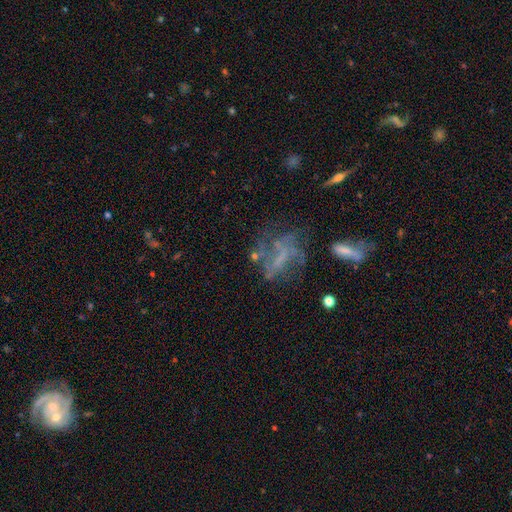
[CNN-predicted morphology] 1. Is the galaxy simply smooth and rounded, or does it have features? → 56% featured or disk, 24% smooth, 20% star or artifact.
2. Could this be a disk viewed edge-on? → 96% no, 4% yes.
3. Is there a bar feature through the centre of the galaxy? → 62% no, 26% weak, 12% strong.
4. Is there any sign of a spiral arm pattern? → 65% no, 35% yes.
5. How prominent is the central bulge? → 70% none, 15% small, 11% moderate, 3% large, 1% dominant.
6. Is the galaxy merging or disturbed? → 40% none, 34% major disturbance, 17% minor disturbance, 9% merger.